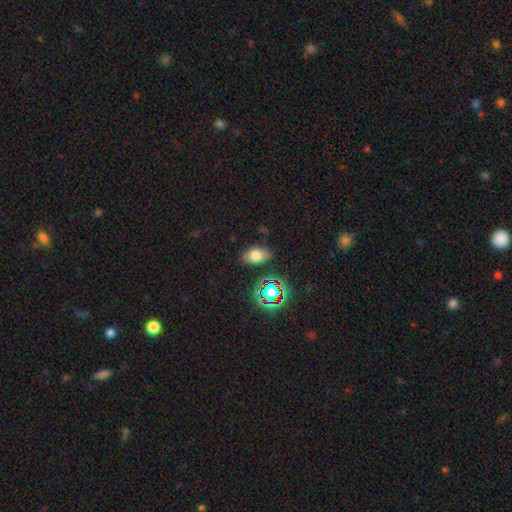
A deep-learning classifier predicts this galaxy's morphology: smooth-or-featured: smooth: 72% | star or artifact: 17% | featured or disk: 12%
  how-rounded: in between: 86% | round: 12% | cigar-shaped: 2%
  merging: none: 79% | minor disturbance: 15% | major disturbance: 4% | merger: 3%